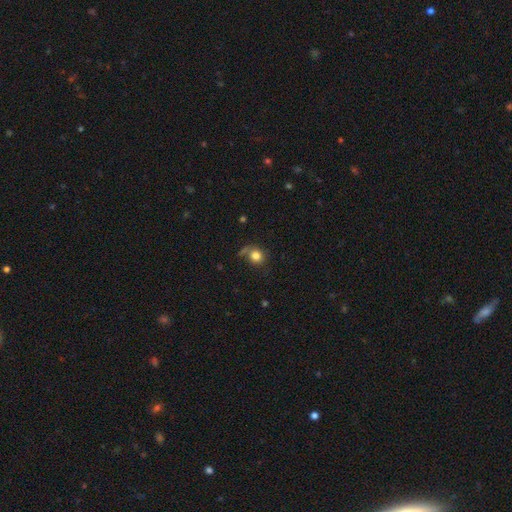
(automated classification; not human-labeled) This is clearly a smooth galaxy (80%). How rounded: clearly round (82%). Merging: likely none (62%).